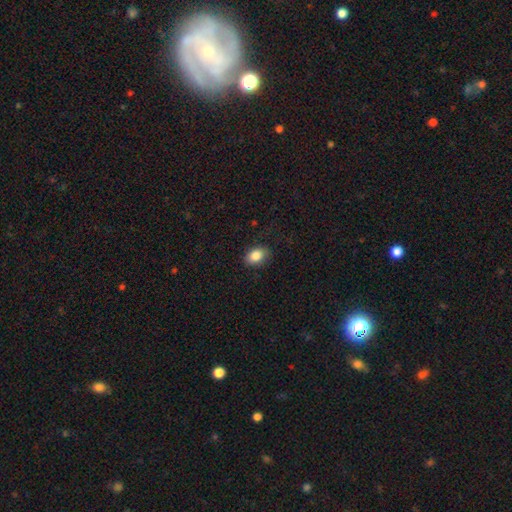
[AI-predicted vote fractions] Smooth or featured?
  - smooth: 86% *
  - star or artifact: 8%
  - featured or disk: 6%
How rounded?
  - in between: 80% *
  - round: 19%
  - cigar-shaped: 1%
Merging?
  - none: 83% *
  - minor disturbance: 13%
  - major disturbance: 3%
  - merger: 1%